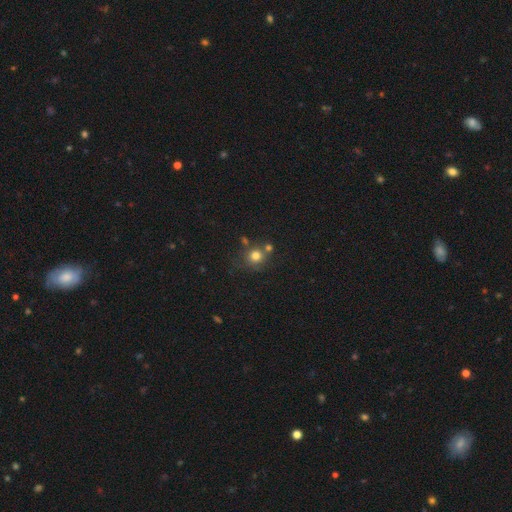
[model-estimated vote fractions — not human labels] Smooth or featured? smooth (77%)
How rounded? round (86%)
Merging? none (61%)